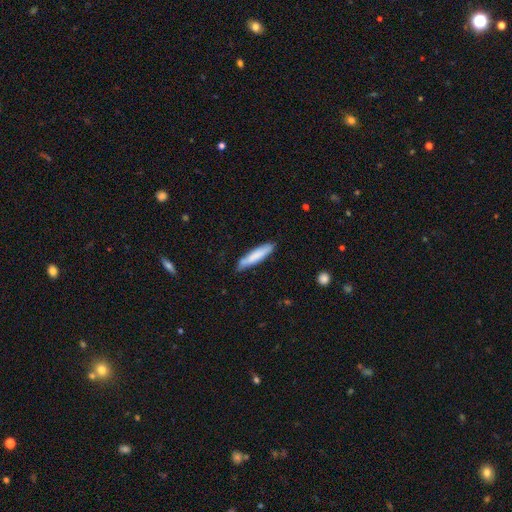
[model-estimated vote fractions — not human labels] The model was most divided on "smooth or featured": smooth: 77%, featured or disk: 17%, star or artifact: 5%. More confident: how rounded — cigar-shaped (85%); merging — none (79%).